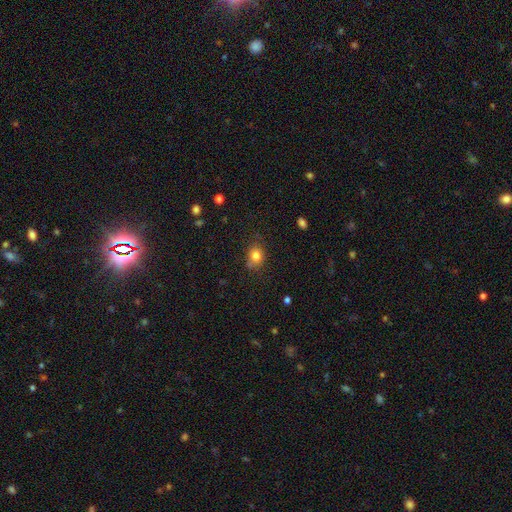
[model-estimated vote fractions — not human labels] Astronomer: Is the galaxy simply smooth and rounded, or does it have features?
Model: smooth — 81%.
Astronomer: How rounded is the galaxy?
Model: round — 60% (runner-up: in between, 39%).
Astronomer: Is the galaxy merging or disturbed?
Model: none — 72%.